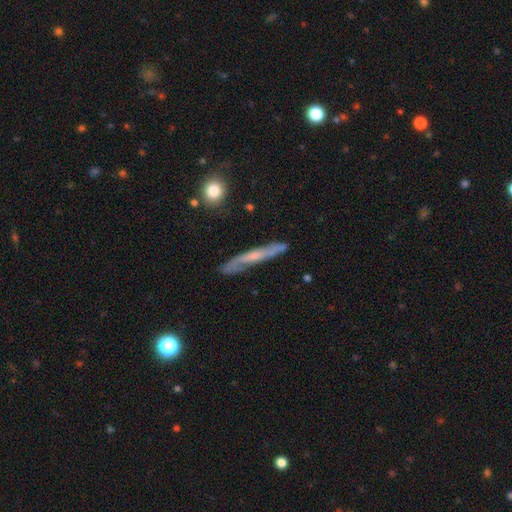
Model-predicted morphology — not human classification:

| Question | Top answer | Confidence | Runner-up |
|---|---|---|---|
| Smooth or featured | featured or disk | 64% | smooth (27%) |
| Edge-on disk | yes | 71% | no (29%) |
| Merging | none | 76% | minor disturbance (17%) |